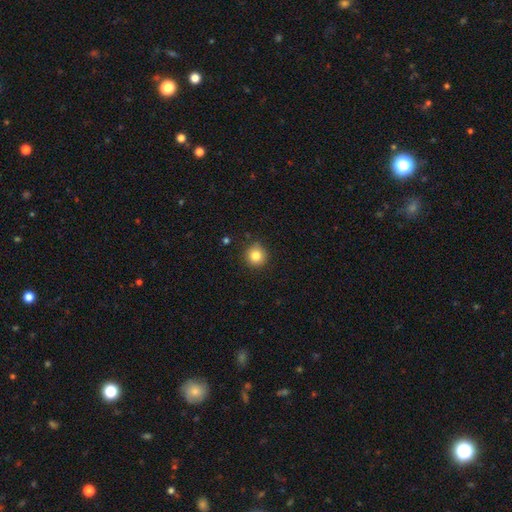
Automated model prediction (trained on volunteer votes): smooth 83%, star or artifact 11%, featured or disk 6%. Down the decision tree: how rounded — round (92%); merging — none (87%).